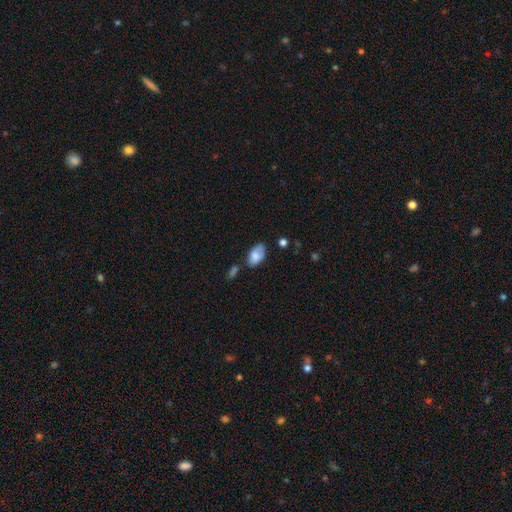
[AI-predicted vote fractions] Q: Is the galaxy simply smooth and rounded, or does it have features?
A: smooth — 76%.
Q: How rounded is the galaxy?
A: in between — 94%.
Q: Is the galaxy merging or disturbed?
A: none — 57%.